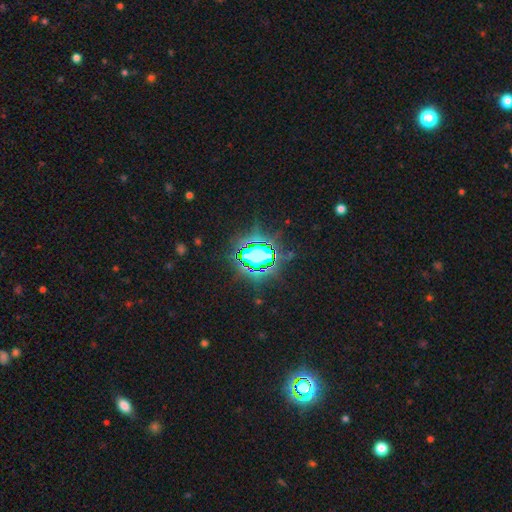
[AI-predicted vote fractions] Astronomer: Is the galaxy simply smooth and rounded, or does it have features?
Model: star or artifact — 71%.